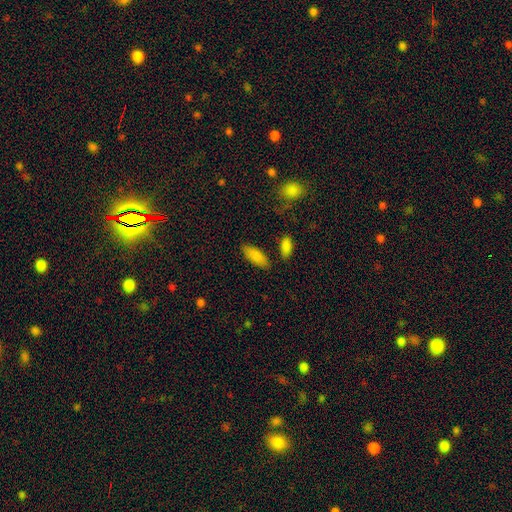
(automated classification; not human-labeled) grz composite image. It shows a smooth galaxy with no disk features (86%) that is in between round and cigar-shaped (77%). Merging: none (83%).